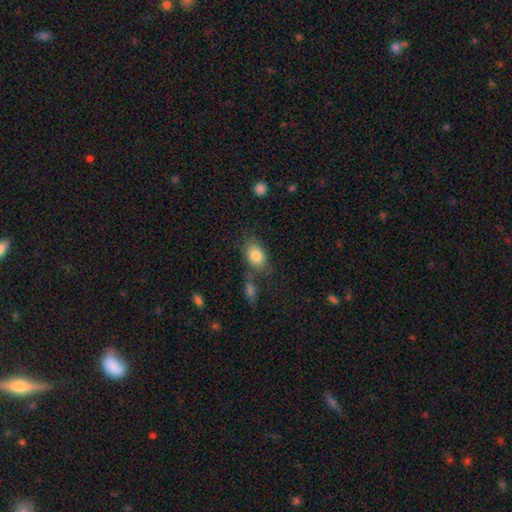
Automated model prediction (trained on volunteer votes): Q: Smooth or featured?
A: smooth (83%); runner-up: featured or disk (9%)
Q: How rounded?
A: in between (78%); runner-up: round (20%)
Q: Merging?
A: none (60%); runner-up: merger (17%)